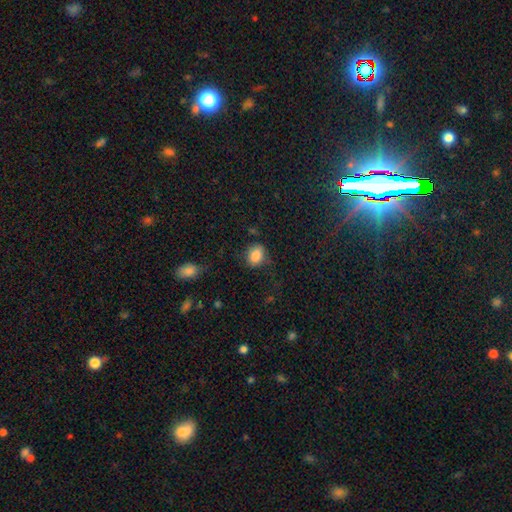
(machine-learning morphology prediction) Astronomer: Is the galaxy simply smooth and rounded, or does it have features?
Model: smooth — 84%.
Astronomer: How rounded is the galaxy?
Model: in between — 62% (runner-up: round, 37%).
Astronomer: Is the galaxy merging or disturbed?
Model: none — 72%.